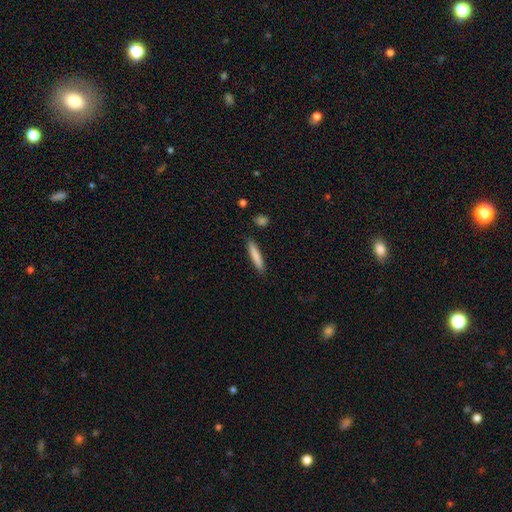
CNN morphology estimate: smooth-or-featured: smooth: 82% | featured or disk: 13% | star or artifact: 6%
  how-rounded: cigar-shaped: 91% | in between: 7% | round: 1%
  merging: none: 89% | minor disturbance: 8% | major disturbance: 2% | merger: 2%